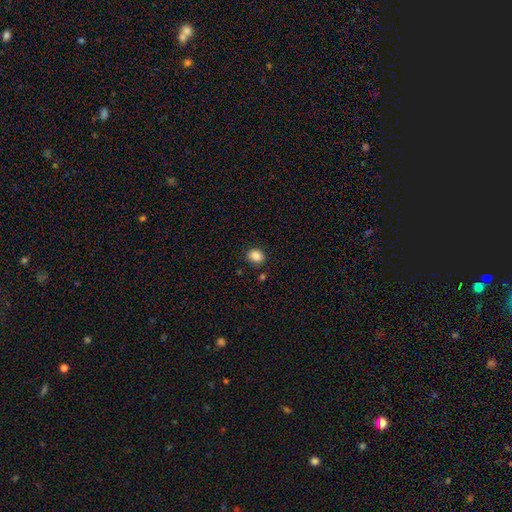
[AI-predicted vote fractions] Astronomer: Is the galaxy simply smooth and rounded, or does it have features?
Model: smooth — 87%.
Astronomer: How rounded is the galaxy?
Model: round — 56% (runner-up: in between, 43%).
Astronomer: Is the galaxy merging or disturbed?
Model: none — 85%.